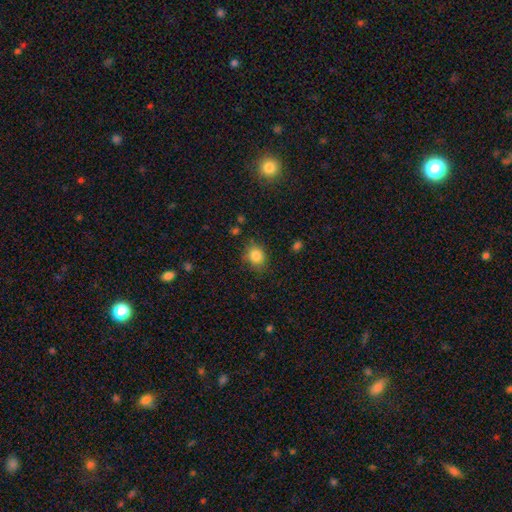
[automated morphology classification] smooth 84%, star or artifact 10%, featured or disk 6%. Down the decision tree: how rounded — round (67%); merging — none (78%).